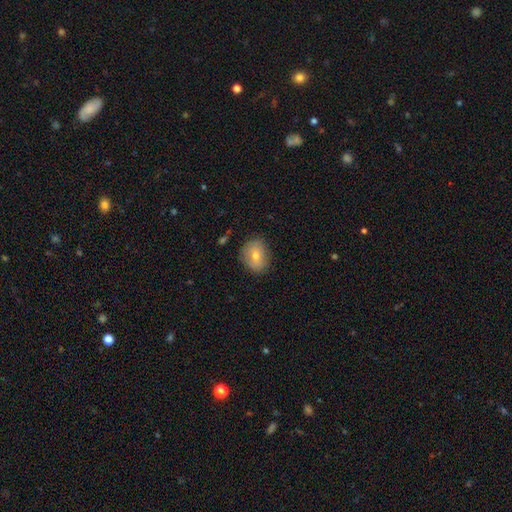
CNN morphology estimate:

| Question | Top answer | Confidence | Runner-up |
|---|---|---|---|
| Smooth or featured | smooth | 63% | featured or disk (26%) |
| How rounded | in between | 50% | round (49%) |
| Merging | none | 82% | minor disturbance (14%) |